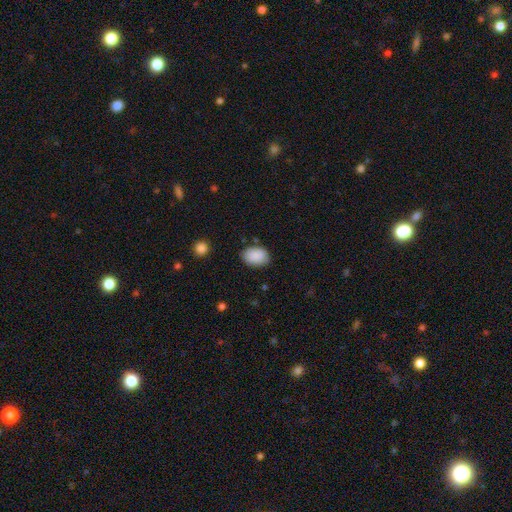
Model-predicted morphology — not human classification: This is clearly a smooth galaxy (89%). How rounded: likely in between (78%). Merging: clearly none (81%).